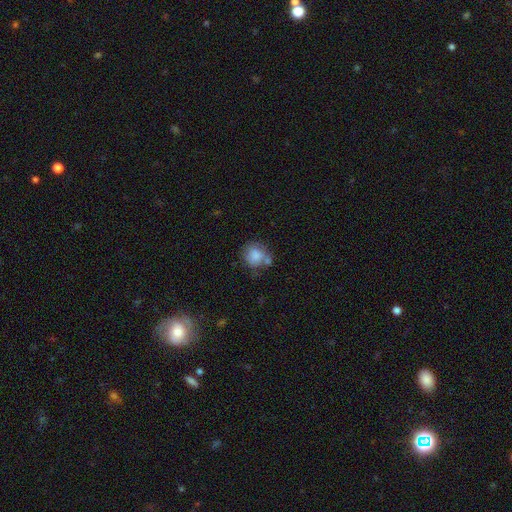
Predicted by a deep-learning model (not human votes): Smooth or featured?
  - smooth: 79% *
  - featured or disk: 12%
  - star or artifact: 9%
How rounded?
  - round: 77% *
  - in between: 22%
  - cigar-shaped: 1%
Merging?
  - none: 48% *
  - merger: 24%
  - minor disturbance: 20%
  - major disturbance: 8%